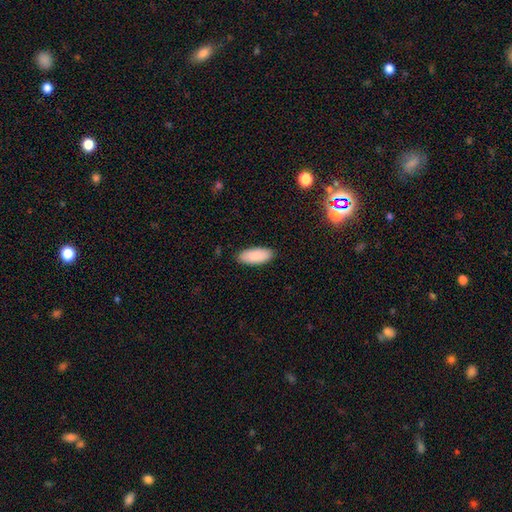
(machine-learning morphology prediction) Overall: smooth (88%). How rounded: in between (87%). Merging: none (88%).